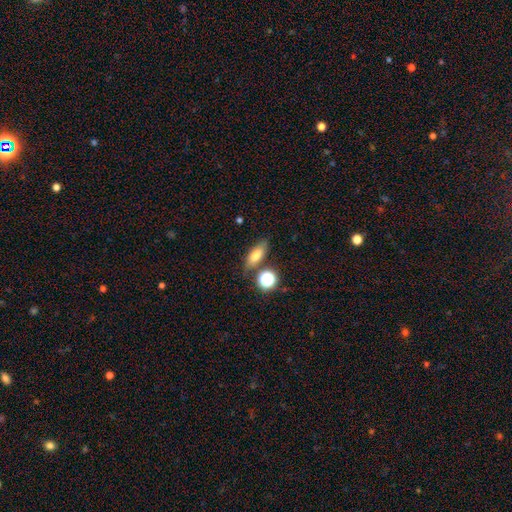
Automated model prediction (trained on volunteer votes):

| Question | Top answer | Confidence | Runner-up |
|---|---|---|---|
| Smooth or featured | smooth | 71% | featured or disk (16%) |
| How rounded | in between | 69% | cigar-shaped (20%) |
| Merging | none | 71% | minor disturbance (15%) |